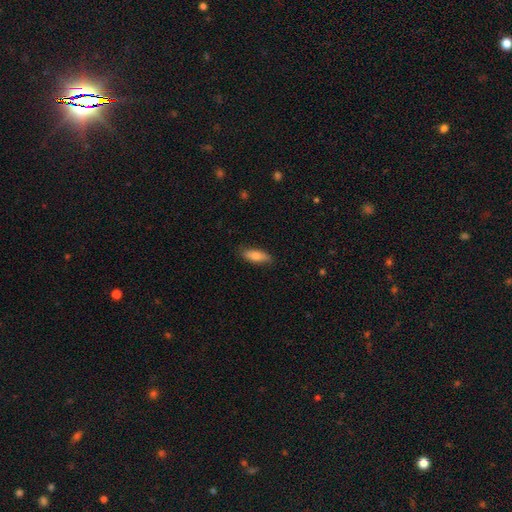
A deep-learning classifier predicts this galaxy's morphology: smooth_or_featured: smooth (p=0.77) [alt: featured or disk p=0.17]
how_rounded: in between (p=0.62) [alt: cigar-shaped p=0.35]
merging: none (p=0.84) [alt: minor disturbance p=0.13]